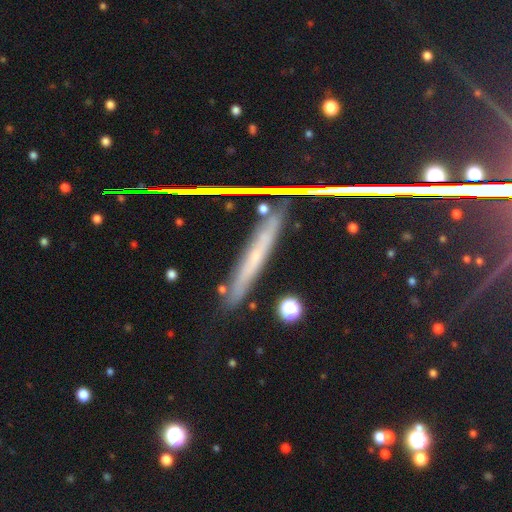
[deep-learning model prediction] This is possibly a featured or disk galaxy (46%). Merging: clearly none (82%).